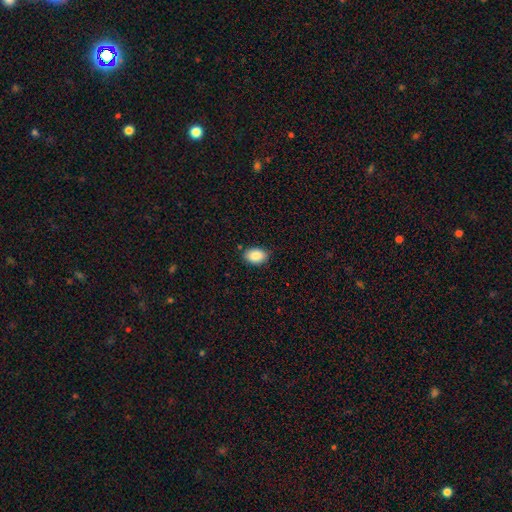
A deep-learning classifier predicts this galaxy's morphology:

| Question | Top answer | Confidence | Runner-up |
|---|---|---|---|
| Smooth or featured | smooth | 87% | star or artifact (8%) |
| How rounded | in between | 86% | round (13%) |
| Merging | none | 84% | minor disturbance (12%) |